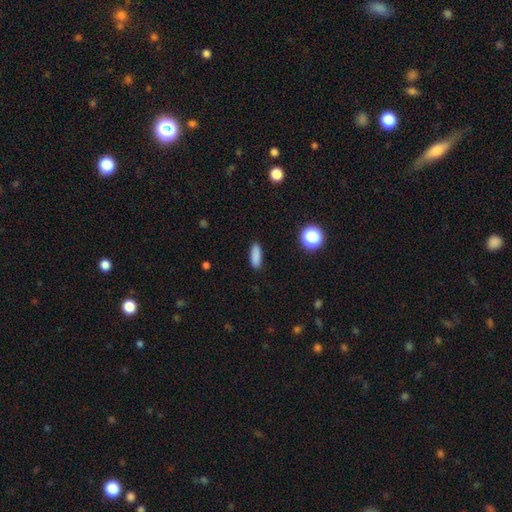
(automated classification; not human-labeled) The model was most divided on "how rounded": in between: 52%, cigar-shaped: 44%, round: 3%. More confident: merging — none (89%); smooth or featured — smooth (85%).